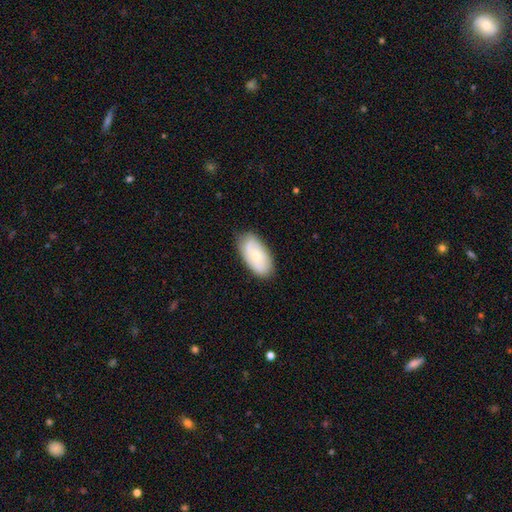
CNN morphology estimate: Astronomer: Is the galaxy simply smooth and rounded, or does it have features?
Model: smooth — 56% (runner-up: featured or disk, 38%).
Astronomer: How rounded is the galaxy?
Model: in between — 93%.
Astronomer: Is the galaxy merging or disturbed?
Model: none — 78%.